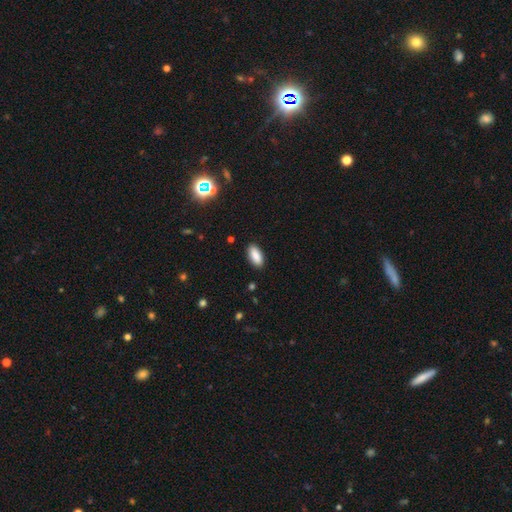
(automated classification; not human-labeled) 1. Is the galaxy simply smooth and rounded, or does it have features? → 88% smooth, 7% star or artifact, 5% featured or disk.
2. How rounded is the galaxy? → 88% in between, 10% cigar-shaped, 2% round.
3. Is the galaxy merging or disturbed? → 89% none, 8% minor disturbance, 2% major disturbance, 1% merger.